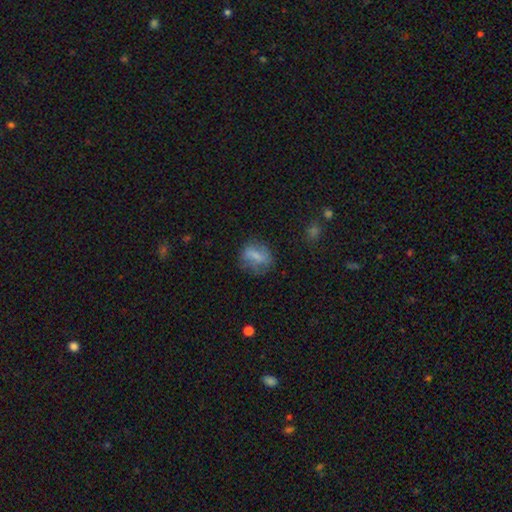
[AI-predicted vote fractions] Smooth or featured: smooth — 62% (featured or disk — 27%)
How rounded: in between — 53% (round — 41%)
Merging: none — 58% (minor disturbance — 24%)